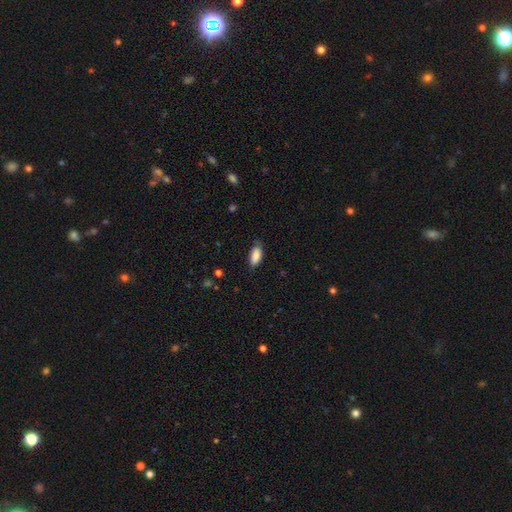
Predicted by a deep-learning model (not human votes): This is clearly a smooth galaxy (87%). How rounded: clearly in between (88%). Merging: likely none (75%).